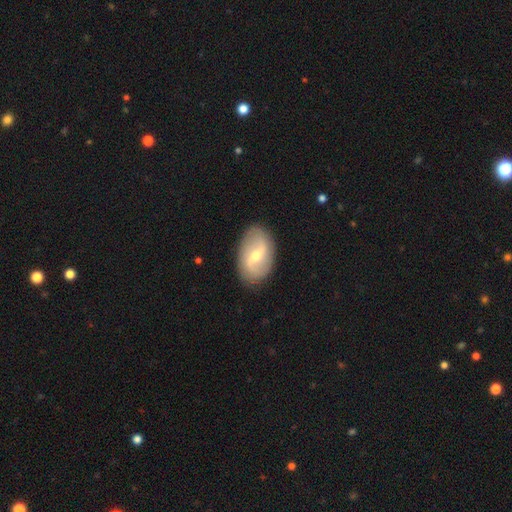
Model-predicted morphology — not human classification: type=featured or disk (72%); edge-on=no (95%); bar=weak (51%); spiral arms=yes (79%); winding=loose (54%); arm count=2 (87%); bulge=moderate (56%); merging=none (86%).